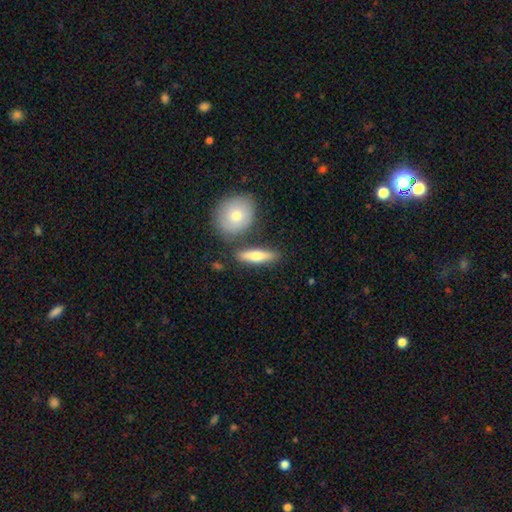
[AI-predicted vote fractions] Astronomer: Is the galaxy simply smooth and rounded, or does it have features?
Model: smooth — 63%.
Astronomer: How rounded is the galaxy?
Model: cigar-shaped — 57% (runner-up: in between, 36%).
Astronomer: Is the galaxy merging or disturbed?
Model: none — 75%.